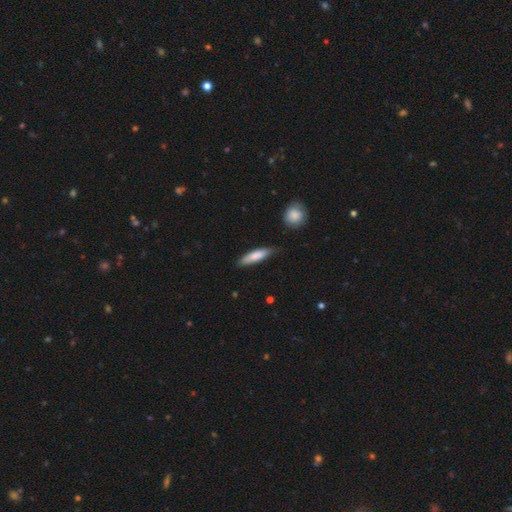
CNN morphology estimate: type=smooth (79%); roundness=cigar-shaped (73%); merging=none (75%).